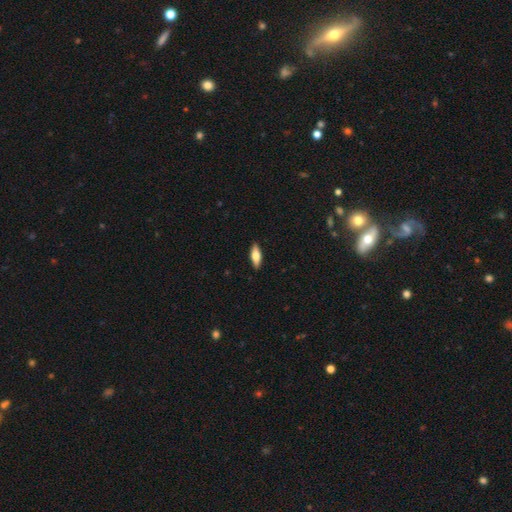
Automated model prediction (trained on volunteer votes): Q: Smooth or featured?
A: smooth (65%); runner-up: featured or disk (29%)
Q: How rounded?
A: in between (64%); runner-up: cigar-shaped (33%)
Q: Merging?
A: none (90%); runner-up: minor disturbance (8%)